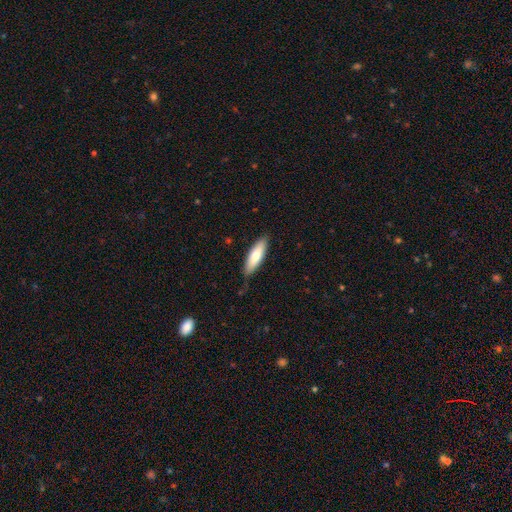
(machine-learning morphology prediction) smooth 73%, featured or disk 22%, star or artifact 6%. Down the decision tree: how rounded — cigar-shaped (49%, tied with in between); merging — none (81%).